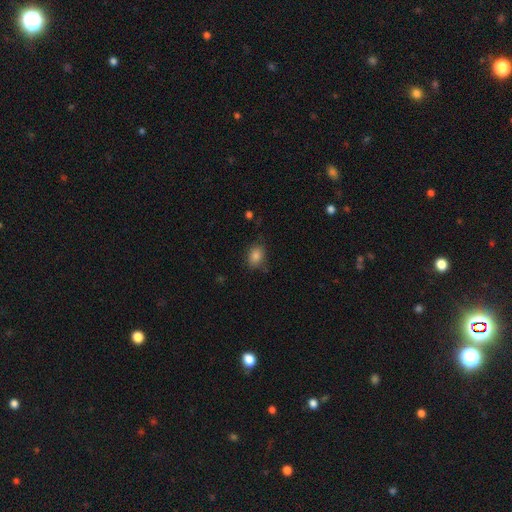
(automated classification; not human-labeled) Overall: smooth (84%). How rounded: in between (65%; round 34%). Merging: none (75%).